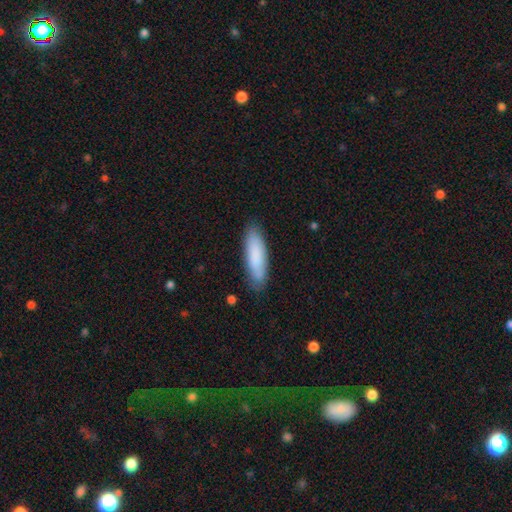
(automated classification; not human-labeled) Overall: smooth (83%). How rounded: cigar-shaped (55%; in between 43%). Merging: none (83%).